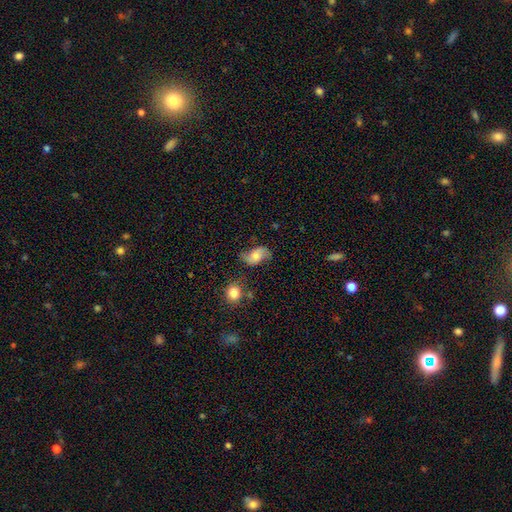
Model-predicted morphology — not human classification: type=smooth (50%); merging=none (57%).